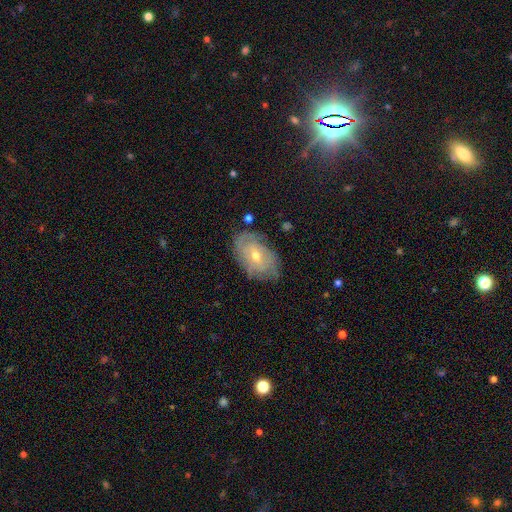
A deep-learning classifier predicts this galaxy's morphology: featured or disk 63%, smooth 28%, star or artifact 9%. Down the decision tree: edge-on disk — no (93%); bar — no (64%); spiral arms — yes (72%); bulge size — moderate (51%); merging — none (72%).